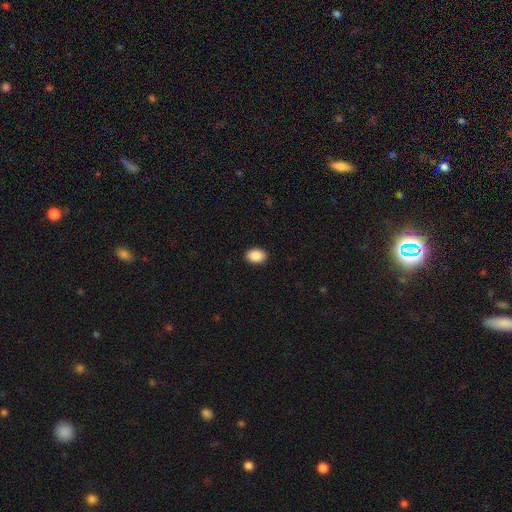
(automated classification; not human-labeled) smooth-or-featured: smooth: 89% | star or artifact: 7% | featured or disk: 3%
  how-rounded: in between: 80% | round: 19% | cigar-shaped: 1%
  merging: none: 91% | minor disturbance: 6% | major disturbance: 2% | merger: 1%